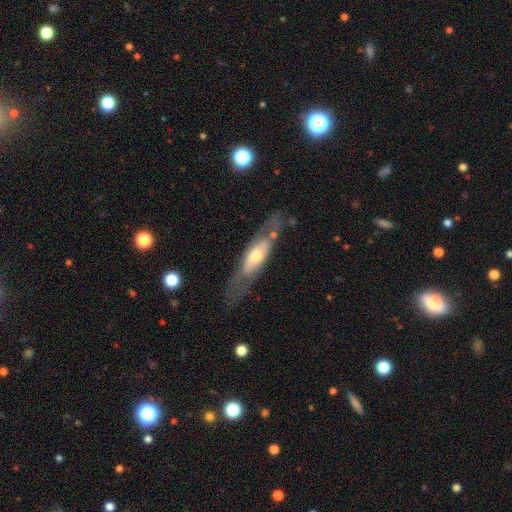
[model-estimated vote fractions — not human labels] smooth_or_featured: featured or disk (p=0.59) [alt: smooth p=0.36]
disk_edge_on: no (p=0.59) [alt: yes p=0.41]
merging: none (p=0.65) [alt: minor disturbance p=0.19]